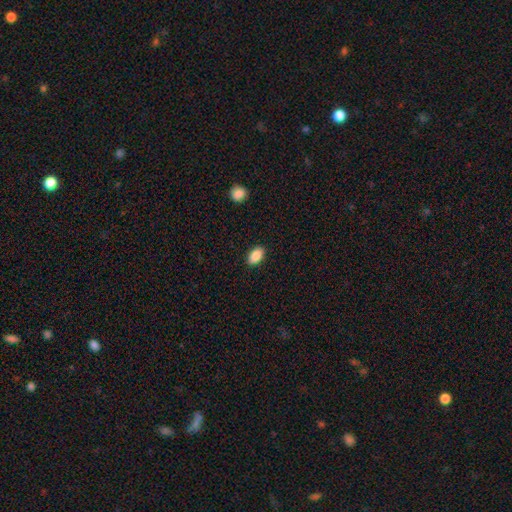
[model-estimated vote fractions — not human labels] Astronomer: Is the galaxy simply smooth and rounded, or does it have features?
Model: smooth — 89%.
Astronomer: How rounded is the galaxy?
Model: in between — 92%.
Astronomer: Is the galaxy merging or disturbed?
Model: none — 89%.